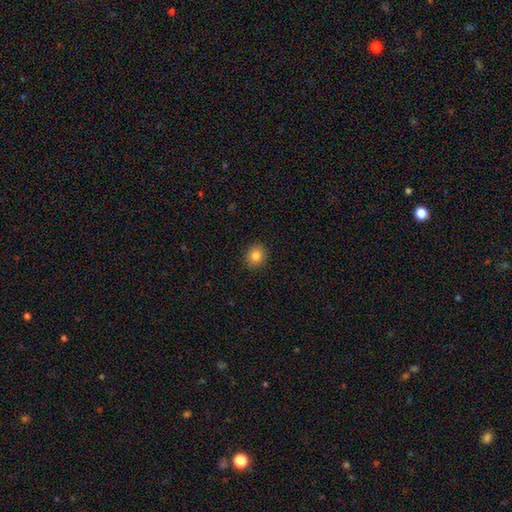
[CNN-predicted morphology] smooth_or_featured: smooth (p=0.85) [alt: star or artifact p=0.10]
how_rounded: round (p=0.78) [alt: in between p=0.21]
merging: none (p=0.91) [alt: minor disturbance p=0.06]